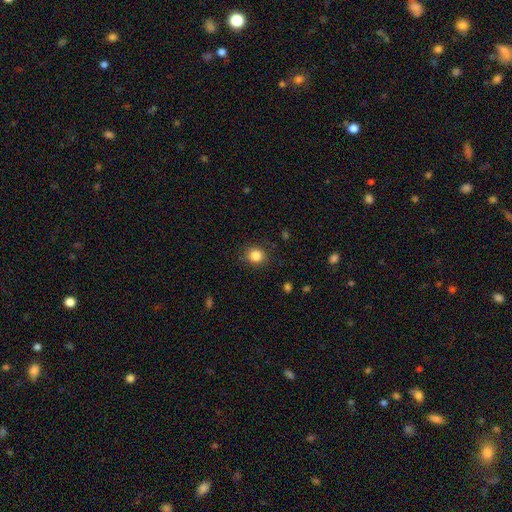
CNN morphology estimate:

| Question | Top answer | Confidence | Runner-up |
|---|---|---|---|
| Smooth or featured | smooth | 85% | star or artifact (10%) |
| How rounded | round | 76% | in between (23%) |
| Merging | none | 85% | minor disturbance (10%) |